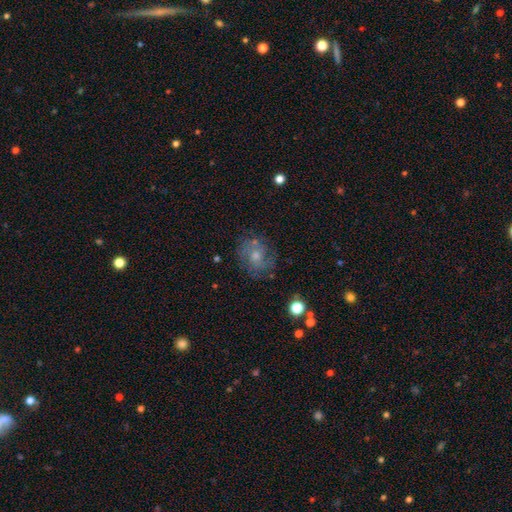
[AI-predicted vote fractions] A featured or disk galaxy (59%) with no bar (76%), spiral arms (83%) and a moderate central bulge (50%). Merging: none (76%).